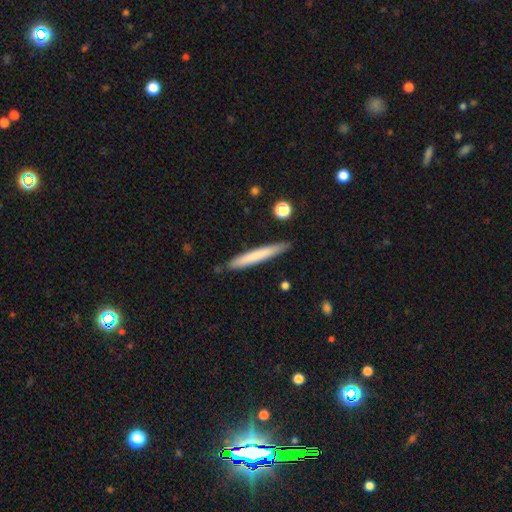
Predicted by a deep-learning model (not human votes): Smooth or featured?
  - smooth: 71% *
  - featured or disk: 24%
  - star or artifact: 6%
How rounded?
  - cigar-shaped: 96% *
  - in between: 3%
  - round: 1%
Merging?
  - none: 87% *
  - minor disturbance: 10%
  - merger: 2%
  - major disturbance: 2%